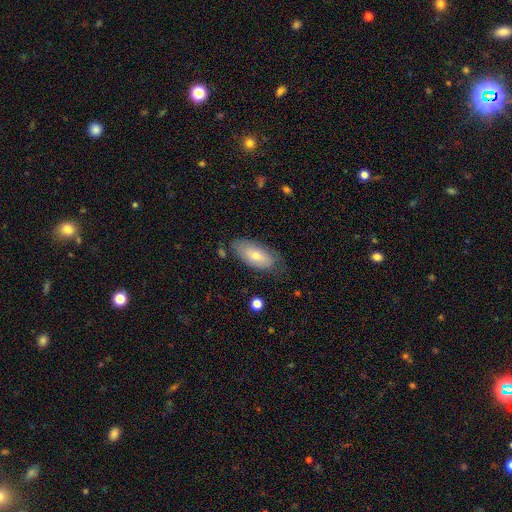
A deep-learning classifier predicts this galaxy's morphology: A smooth galaxy with no disk features (65%) that is in between round and cigar-shaped (89%).

Vote fractions:
- Smooth or featured? smooth: 65% / featured or disk: 28% / star or artifact: 6%
- How rounded? in between: 89% / cigar-shaped: 8% / round: 3%
- Merging? none: 69% / minor disturbance: 23% / major disturbance: 6% / merger: 2%